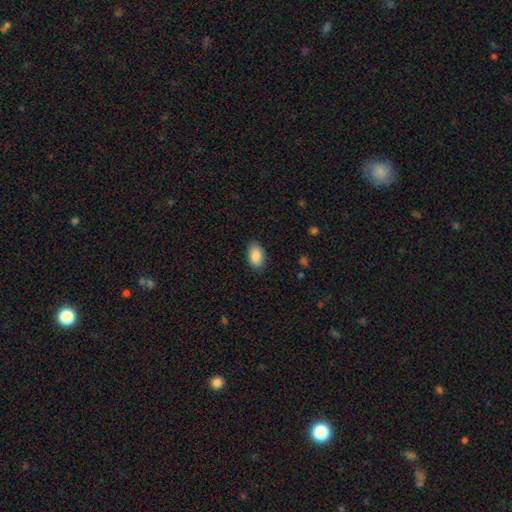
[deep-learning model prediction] Overall: smooth (87%). How rounded: in between (92%). Merging: none (85%).